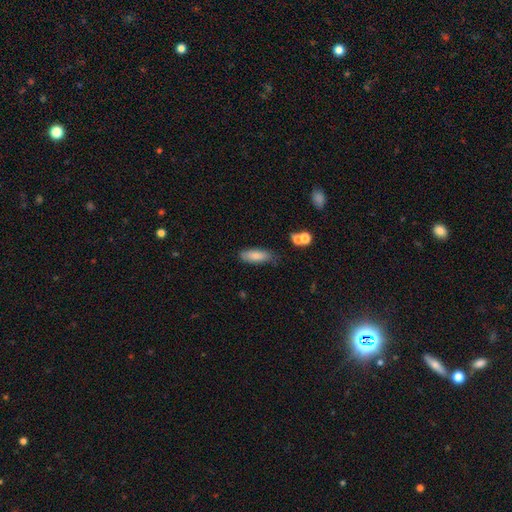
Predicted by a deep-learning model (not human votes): This appears to be a smooth galaxy with no disk features (81%) that is in between round and cigar-shaped (67%). Merging: none (73%).